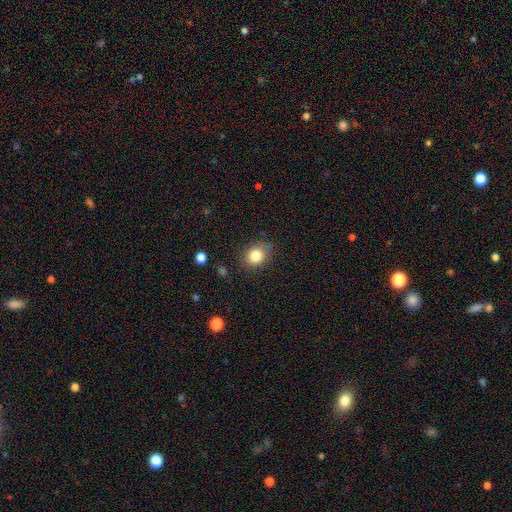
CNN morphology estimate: Overall: smooth (83%). How rounded: round (57%; in between 42%). Merging: none (76%).